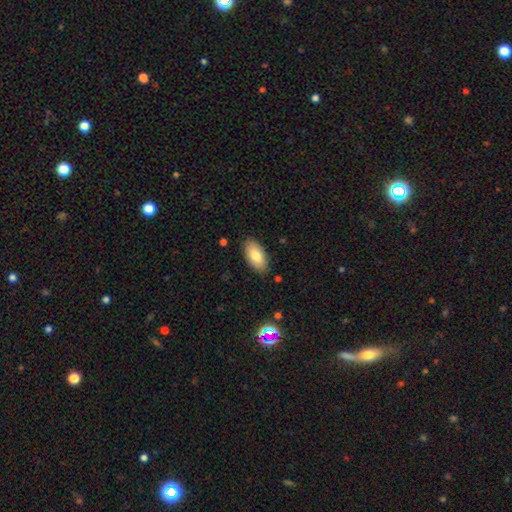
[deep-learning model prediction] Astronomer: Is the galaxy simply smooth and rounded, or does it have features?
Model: smooth — 80%.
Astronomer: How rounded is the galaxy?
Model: in between — 93%.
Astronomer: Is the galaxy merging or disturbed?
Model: none — 85%.